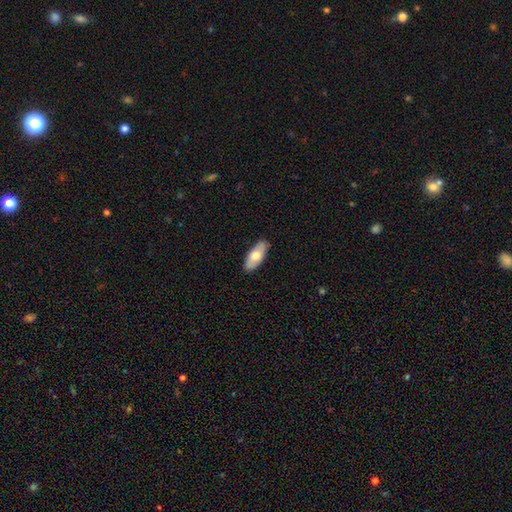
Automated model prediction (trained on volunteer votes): A smooth galaxy with no disk features (66%) that is in between round and cigar-shaped (84%). Merging: none (89%).